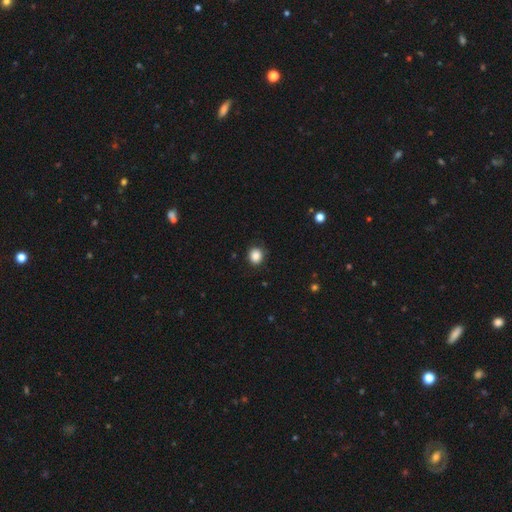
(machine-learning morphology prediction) Overall: smooth (87%). How rounded: round (80%). Merging: none (86%).